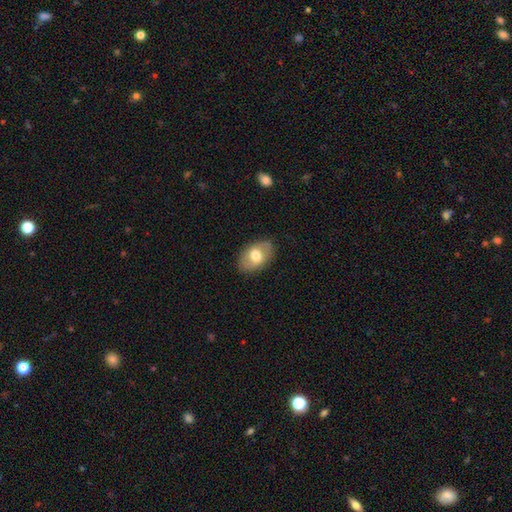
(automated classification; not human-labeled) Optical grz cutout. It shows a smooth galaxy with no disk features (63%) that is in between round and cigar-shaped (86%). Merging: none (83%).